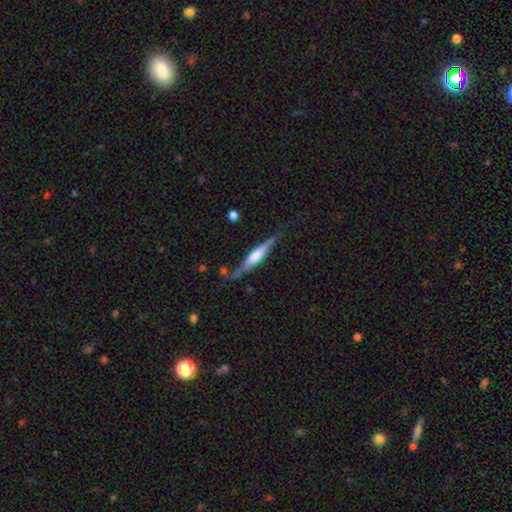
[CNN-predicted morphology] Smooth or featured?
  - featured or disk: 67% *
  - smooth: 28%
  - star or artifact: 6%
Edge-on disk?
  - yes: 95% *
  - no: 5%
Edge-on bulge?
  - rounded: 52% *
  - boxy: 38%
  - none: 9%
Merging?
  - none: 74% *
  - minor disturbance: 18%
  - major disturbance: 5%
  - merger: 3%